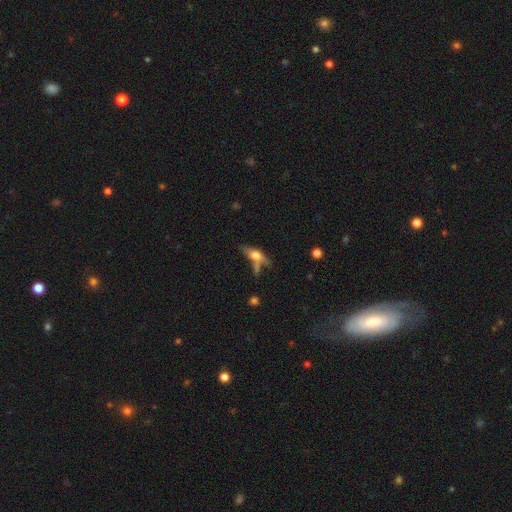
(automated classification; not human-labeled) Smooth or featured? featured or disk (46%)
Merging? none (48%)